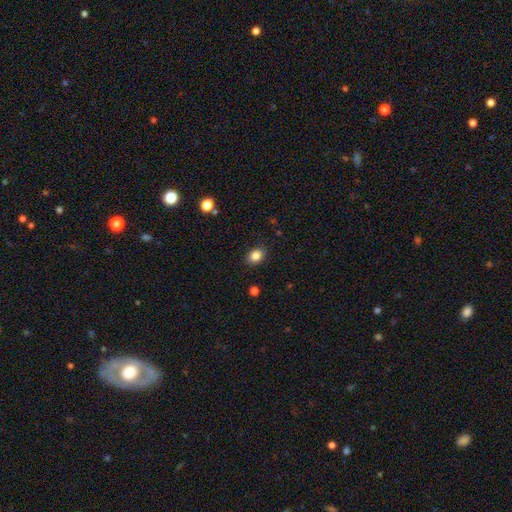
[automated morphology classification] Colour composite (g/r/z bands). It shows a smooth galaxy with no disk features (85%) that is in between round and cigar-shaped (61%). Merging: none (86%).